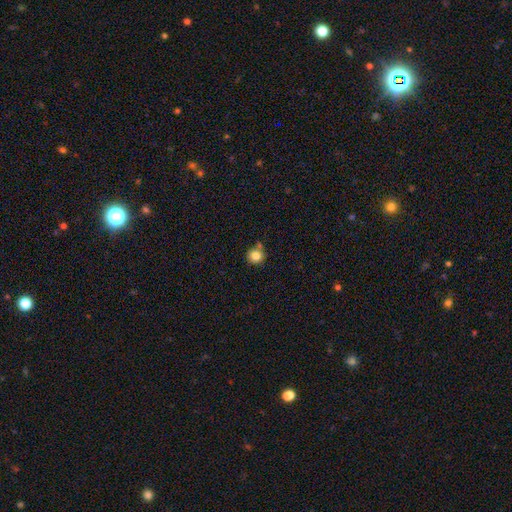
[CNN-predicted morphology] Smooth or featured? Predicted: smooth (p=0.83). How rounded? Predicted: round (p=0.91). Merging? Predicted: none (p=0.68).